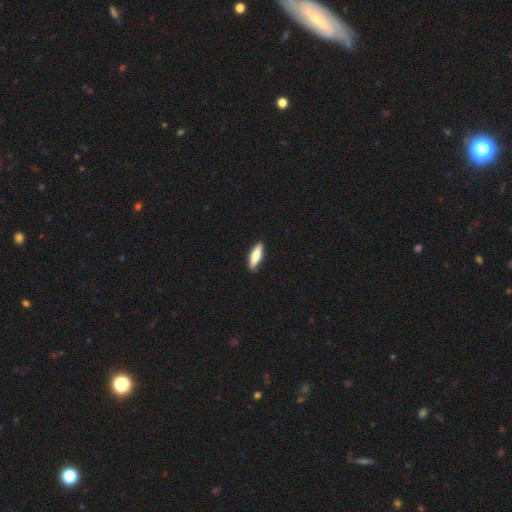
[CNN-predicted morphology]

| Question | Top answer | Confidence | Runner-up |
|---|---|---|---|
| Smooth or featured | smooth | 69% | featured or disk (25%) |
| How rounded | cigar-shaped | 58% | in between (40%) |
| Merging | none | 89% | minor disturbance (8%) |